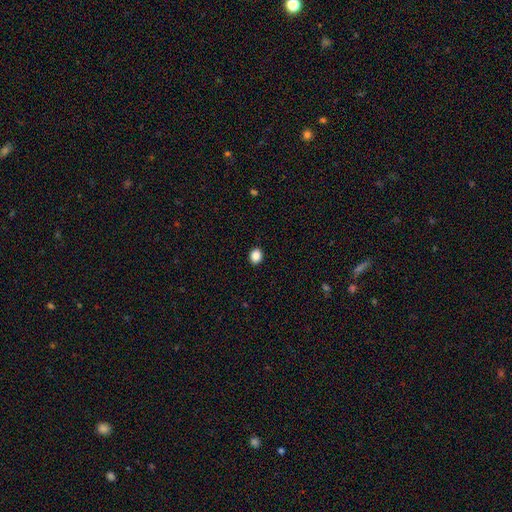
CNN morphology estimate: Q: Smooth or featured?
A: smooth (88%); runner-up: star or artifact (9%)
Q: How rounded?
A: round (52%); runner-up: in between (47%)
Q: Merging?
A: none (92%); runner-up: minor disturbance (6%)